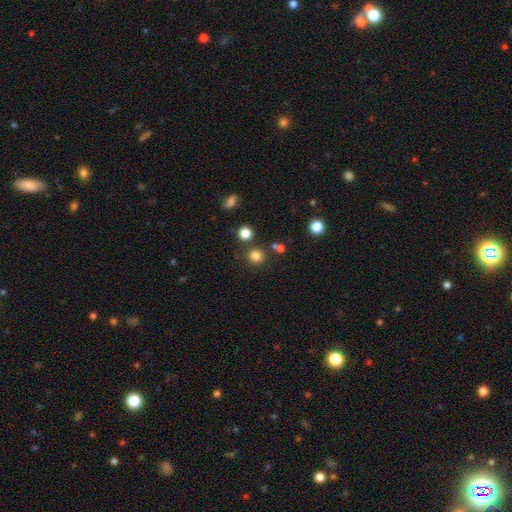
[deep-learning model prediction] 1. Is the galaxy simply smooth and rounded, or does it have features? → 79% smooth, 15% star or artifact, 5% featured or disk.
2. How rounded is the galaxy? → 92% round, 7% in between, 1% cigar-shaped.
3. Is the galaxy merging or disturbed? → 81% none, 9% merger, 7% minor disturbance, 3% major disturbance.